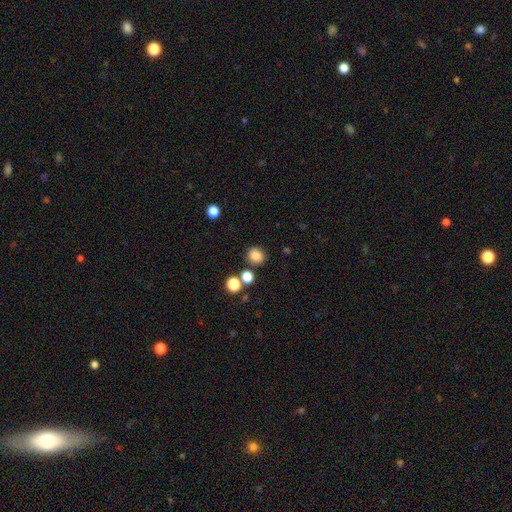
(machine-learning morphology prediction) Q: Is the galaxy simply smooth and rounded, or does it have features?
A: smooth — 84%.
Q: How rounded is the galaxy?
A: round — 74%.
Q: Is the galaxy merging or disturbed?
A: none — 81%.